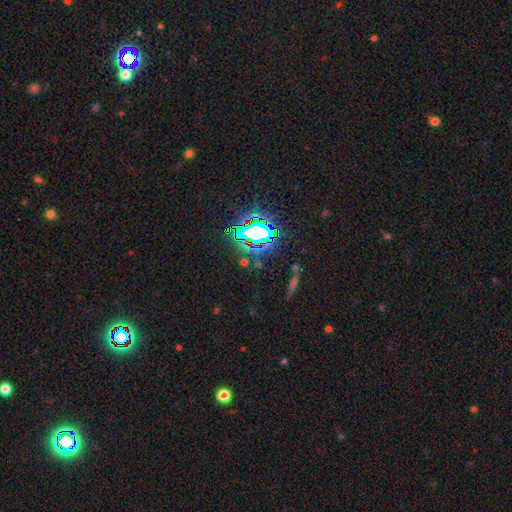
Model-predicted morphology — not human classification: This appears to be a star or artifact, not a galaxy (83%).